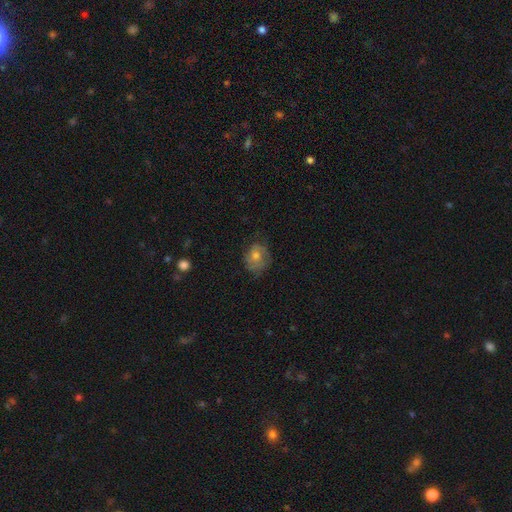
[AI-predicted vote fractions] This appears to be a smooth galaxy with no disk features (53%) that is round (58%). Merging: none (65%).